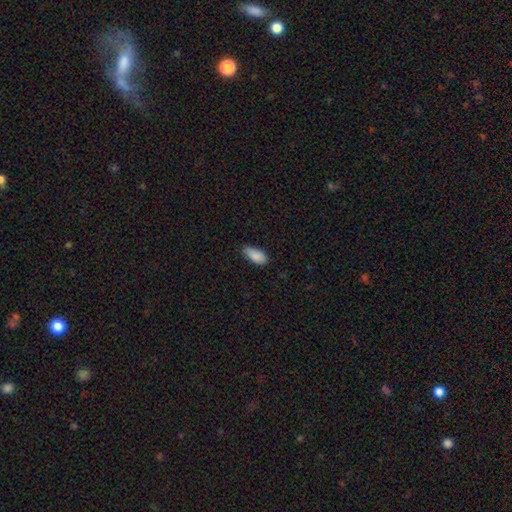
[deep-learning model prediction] A smooth galaxy with no disk features (88%) that is in between round and cigar-shaped (91%).

Vote fractions:
- Smooth or featured? smooth: 88% / star or artifact: 7% / featured or disk: 5%
- How rounded? in between: 91% / cigar-shaped: 7% / round: 2%
- Merging? none: 68% / minor disturbance: 27% / major disturbance: 4% / merger: 1%